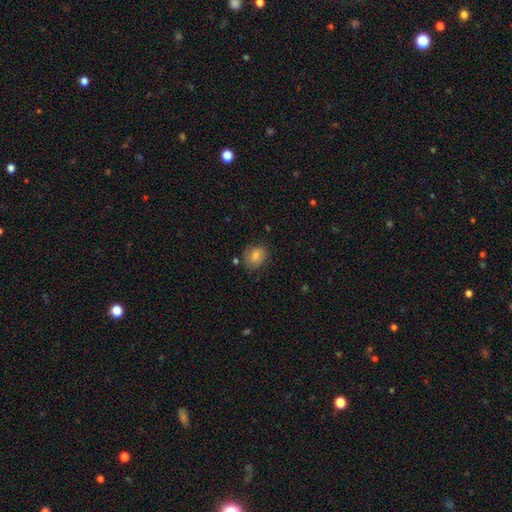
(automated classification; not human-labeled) Q: Smooth or featured?
A: smooth (76%); runner-up: featured or disk (15%)
Q: How rounded?
A: in between (51%); runner-up: round (48%)
Q: Merging?
A: none (75%); runner-up: minor disturbance (17%)